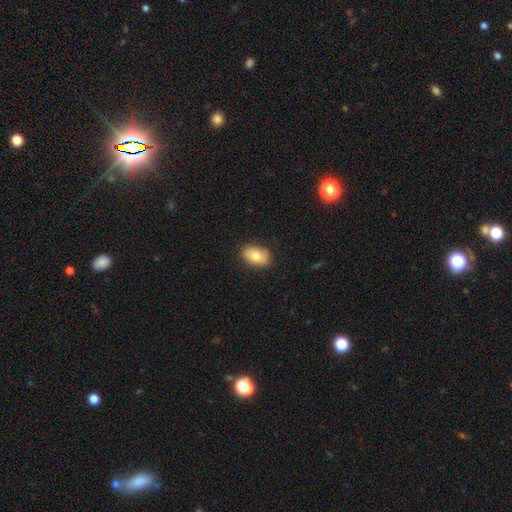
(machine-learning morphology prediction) Smooth or featured: smooth — 77% (featured or disk — 16%)
How rounded: in between — 86% (round — 13%)
Merging: none — 84% (minor disturbance — 12%)